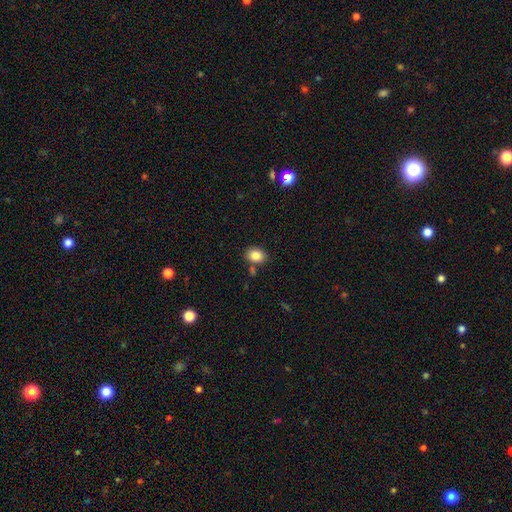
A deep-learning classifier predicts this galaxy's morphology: Overall: smooth (85%). How rounded: in between (57%; round 42%). Merging: none (77%).